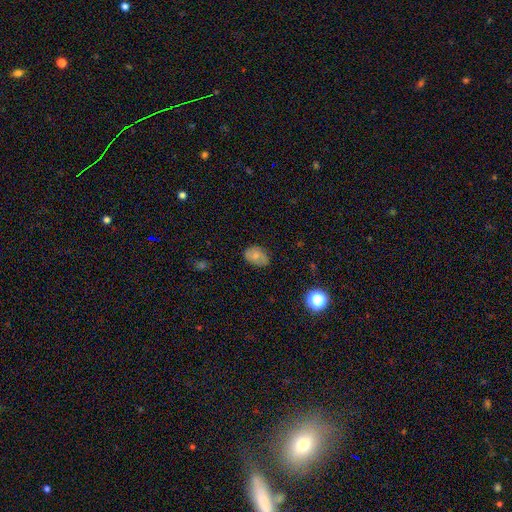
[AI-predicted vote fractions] The model was most divided on "merging": none: 71%, minor disturbance: 23%, major disturbance: 4%, merger: 1%. More confident: how rounded — in between (78%); smooth or featured — smooth (75%).